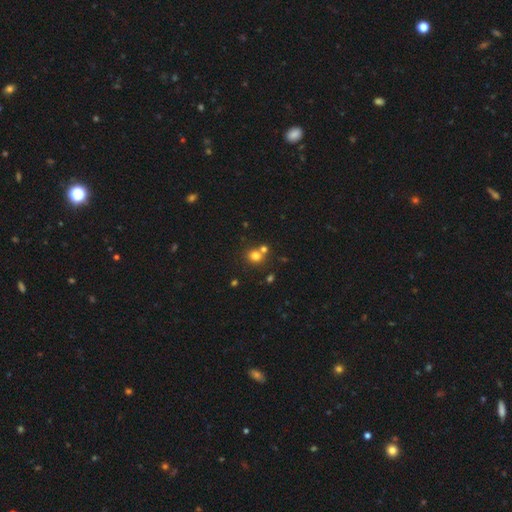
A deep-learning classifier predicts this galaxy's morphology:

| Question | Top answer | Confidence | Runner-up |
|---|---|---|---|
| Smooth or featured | smooth | 76% | star or artifact (16%) |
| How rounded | round | 84% | in between (15%) |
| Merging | none | 62% | merger (28%) |